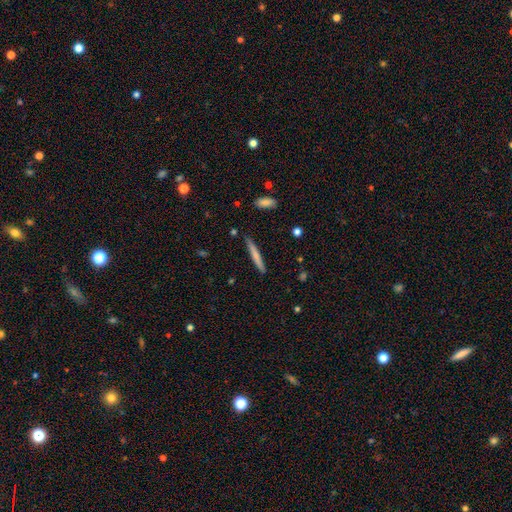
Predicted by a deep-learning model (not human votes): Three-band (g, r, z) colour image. It shows a smooth galaxy with no disk features (63%) that is cigar-shaped (96%). Merging: none (87%).